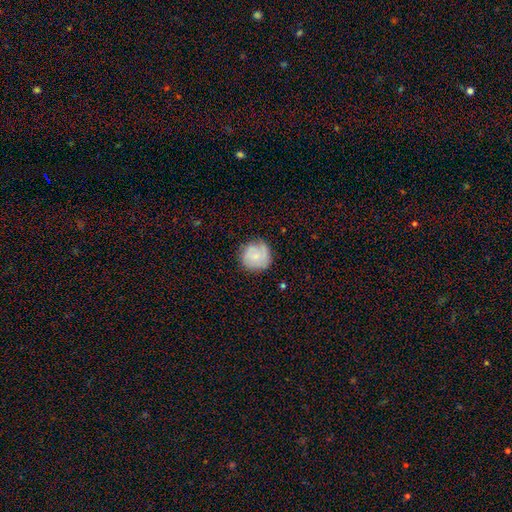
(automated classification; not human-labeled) This is likely a smooth galaxy (65%). How rounded: clearly round (92%). Merging: likely none (76%).